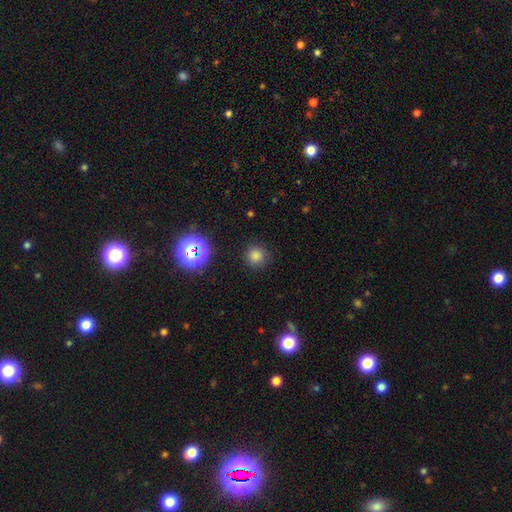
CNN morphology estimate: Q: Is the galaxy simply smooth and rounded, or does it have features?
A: smooth — 77%.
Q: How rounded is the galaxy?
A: round — 93%.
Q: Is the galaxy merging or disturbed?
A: none — 89%.